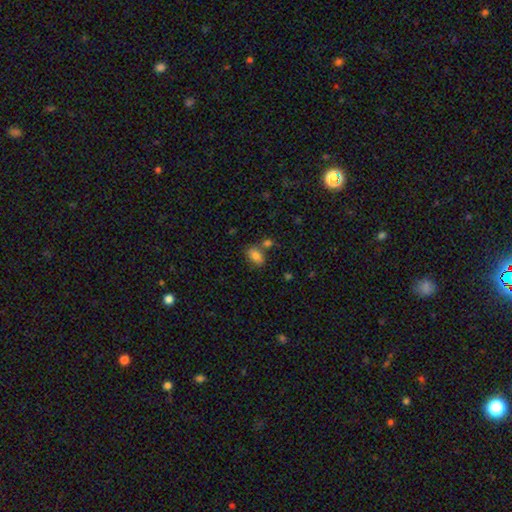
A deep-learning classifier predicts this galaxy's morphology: Smooth or featured?
  - smooth: 82% *
  - star or artifact: 10%
  - featured or disk: 9%
How rounded?
  - in between: 85% *
  - round: 13%
  - cigar-shaped: 2%
Merging?
  - none: 61% *
  - merger: 19%
  - minor disturbance: 15%
  - major disturbance: 5%